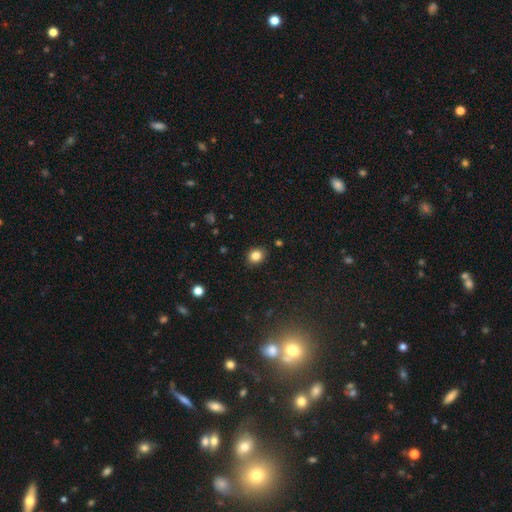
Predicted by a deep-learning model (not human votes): A smooth galaxy with no disk features (83%) that is round (62%).

Vote fractions:
- Smooth or featured? smooth: 83% / star or artifact: 11% / featured or disk: 6%
- How rounded? round: 62% / in between: 37% / cigar-shaped: 1%
- Merging? none: 88% / minor disturbance: 9% / major disturbance: 2% / merger: 1%